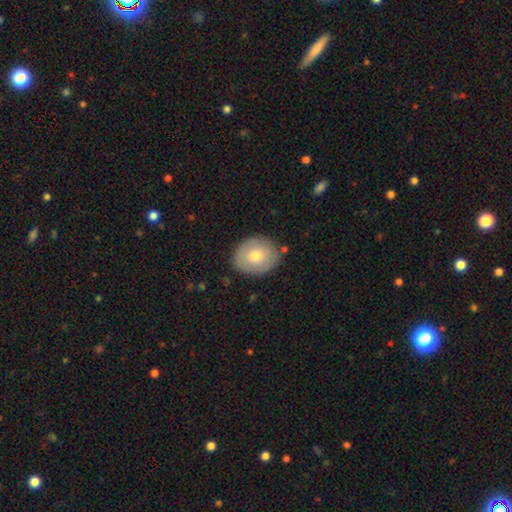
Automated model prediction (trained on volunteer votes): smooth_or_featured: smooth (p=0.71) [alt: featured or disk p=0.22]
how_rounded: round (p=0.53) [alt: in between p=0.46]
merging: none (p=0.85) [alt: minor disturbance p=0.11]